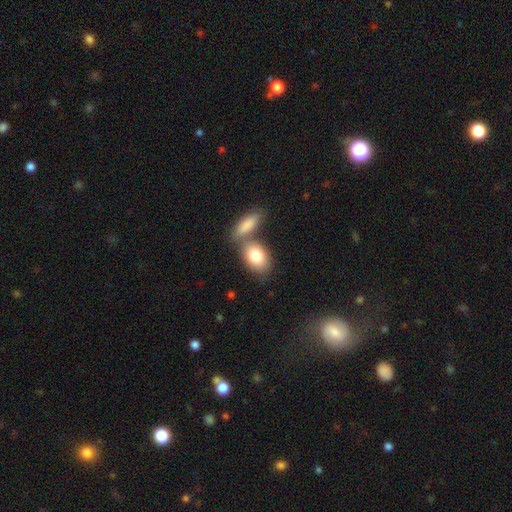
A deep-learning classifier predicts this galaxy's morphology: The model was most divided on "merging": none: 47%, merger: 39%, minor disturbance: 10%, major disturbance: 4%. More confident: how rounded — in between (85%); smooth or featured — smooth (81%).